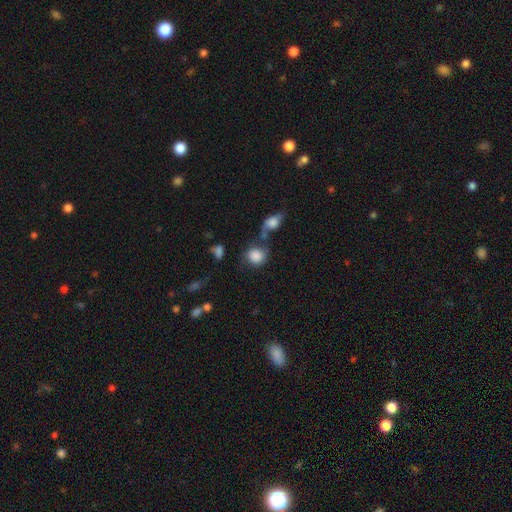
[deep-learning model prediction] A smooth galaxy with no disk features (83%) that is round (79%). Merging: none (52%).